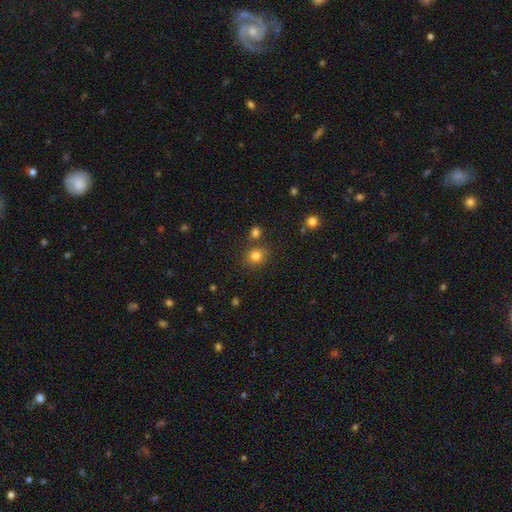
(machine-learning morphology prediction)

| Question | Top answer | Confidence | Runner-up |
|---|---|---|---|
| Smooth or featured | smooth | 81% | star or artifact (13%) |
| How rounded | round | 74% | in between (25%) |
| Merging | none | 73% | merger (12%) |